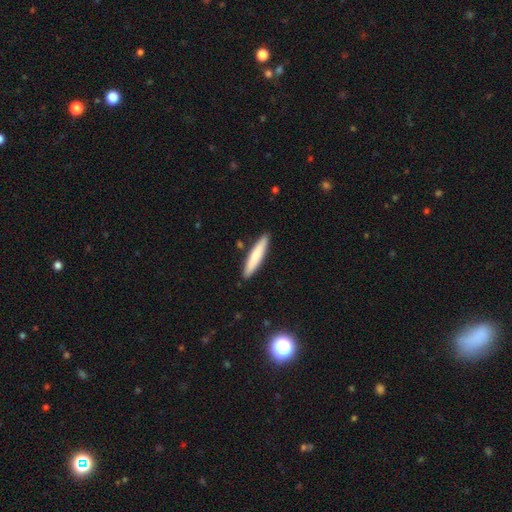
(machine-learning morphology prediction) type=smooth (76%); roundness=cigar-shaped (89%); merging=none (88%).